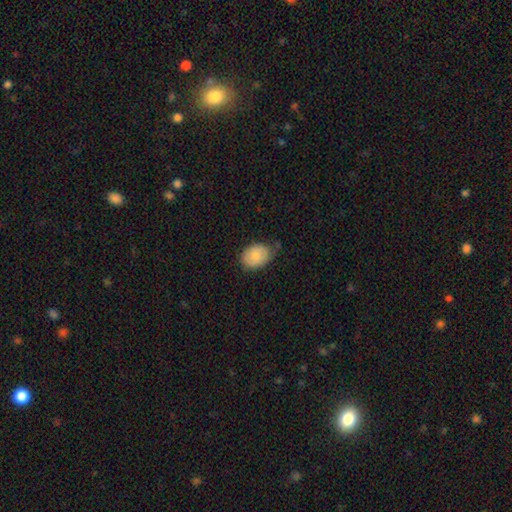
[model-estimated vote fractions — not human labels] The model was most divided on "merging": none: 66%, minor disturbance: 27%, major disturbance: 5%, merger: 2%. More confident: smooth or featured — smooth (78%); how rounded — in between (74%).